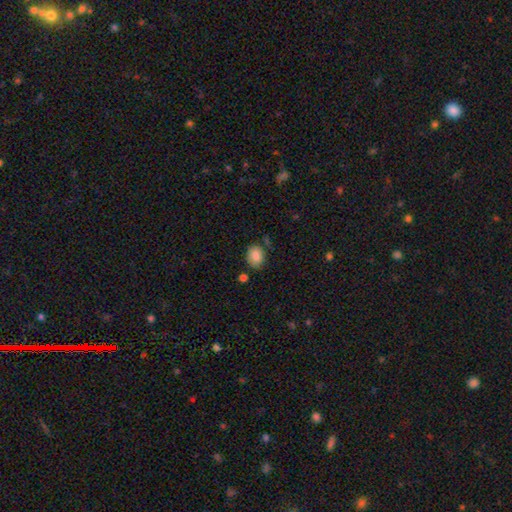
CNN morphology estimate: Smooth or featured?
  - smooth: 83% *
  - featured or disk: 8%
  - star or artifact: 8%
How rounded?
  - in between: 53% *
  - round: 46%
  - cigar-shaped: 1%
Merging?
  - none: 76% *
  - minor disturbance: 15%
  - merger: 5%
  - major disturbance: 3%